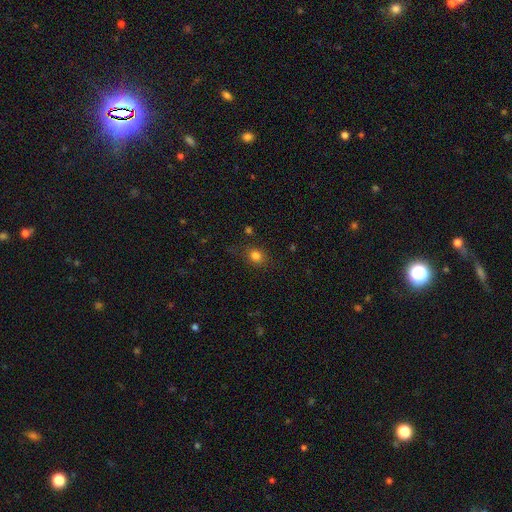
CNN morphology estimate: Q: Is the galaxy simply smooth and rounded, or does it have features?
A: smooth — 80%.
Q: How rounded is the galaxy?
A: round — 61%.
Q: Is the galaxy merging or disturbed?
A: none — 79%.